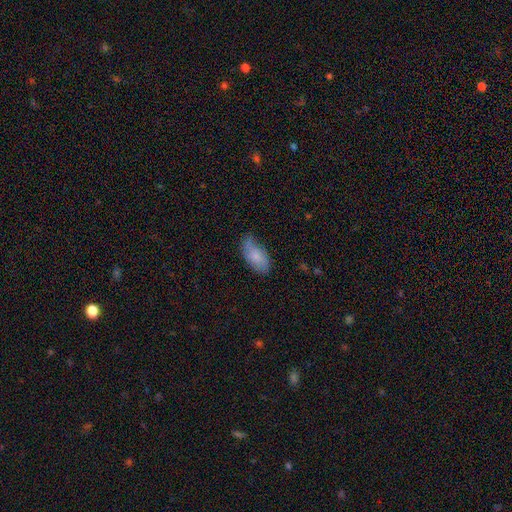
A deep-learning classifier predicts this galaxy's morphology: Smooth or featured: smooth — 73% (featured or disk — 20%)
How rounded: in between — 92% (cigar-shaped — 5%)
Merging: none — 55% (minor disturbance — 34%)